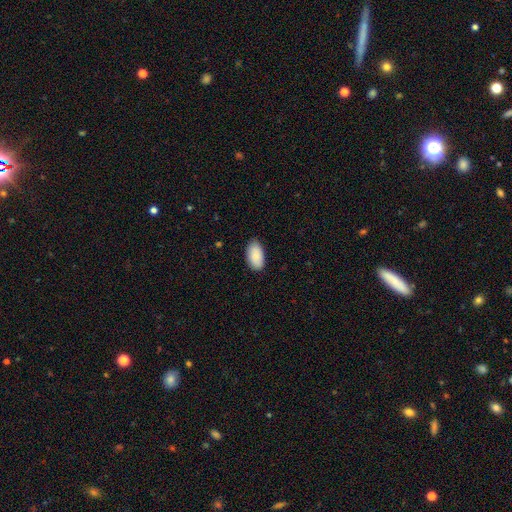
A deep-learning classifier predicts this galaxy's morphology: Smooth or featured?
  - smooth: 88% *
  - star or artifact: 6%
  - featured or disk: 6%
How rounded?
  - in between: 96% *
  - round: 3%
  - cigar-shaped: 2%
Merging?
  - none: 84% *
  - minor disturbance: 13%
  - major disturbance: 2%
  - merger: 1%